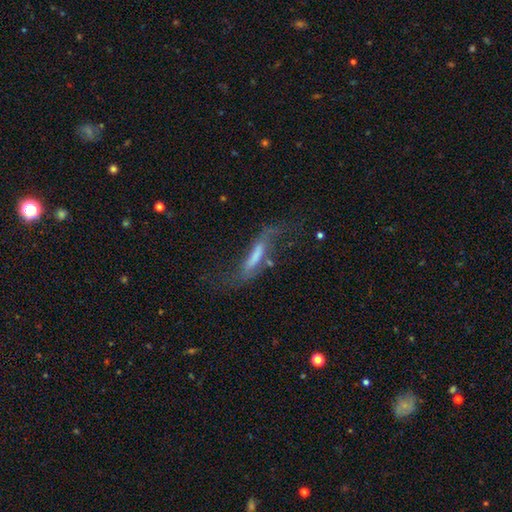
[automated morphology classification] Smooth or featured: featured or disk — 61% (smooth — 28%)
Edge-on disk: no — 64% (yes — 36%)
Merging: none — 42% (major disturbance — 31%)